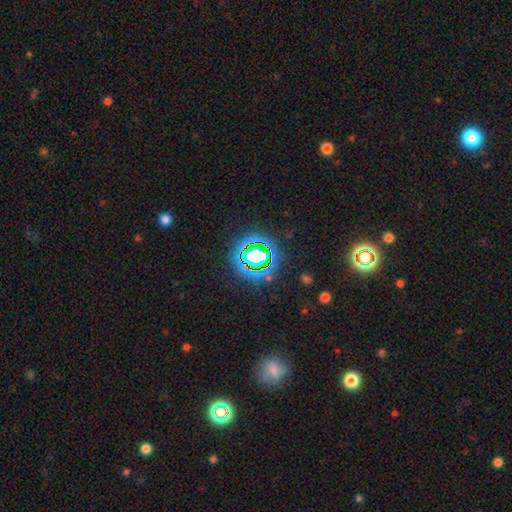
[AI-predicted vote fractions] Smooth or featured?
  - star or artifact: 66% *
  - smooth: 22%
  - featured or disk: 13%